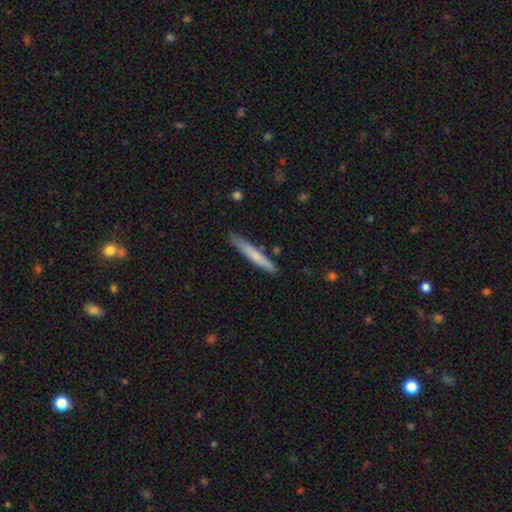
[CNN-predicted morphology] A smooth galaxy with no disk features (64%) that is cigar-shaped (95%).

Vote fractions:
- Smooth or featured? smooth: 64% / featured or disk: 30% / star or artifact: 6%
- How rounded? cigar-shaped: 95% / in between: 3% / round: 1%
- Merging? none: 84% / minor disturbance: 12% / merger: 3% / major disturbance: 2%